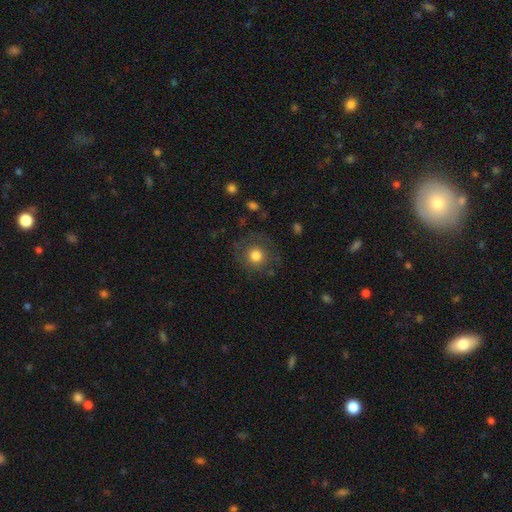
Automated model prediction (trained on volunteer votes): A smooth galaxy with no disk features (76%) that is round (92%).

Vote fractions:
- Smooth or featured? smooth: 76% / featured or disk: 13% / star or artifact: 11%
- How rounded? round: 92% / in between: 7% / cigar-shaped: 1%
- Merging? none: 79% / minor disturbance: 12% / major disturbance: 7% / merger: 2%